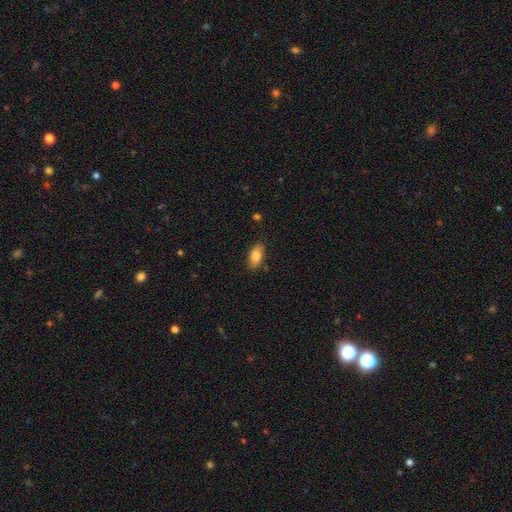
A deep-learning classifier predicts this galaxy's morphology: This is clearly a smooth galaxy (86%). How rounded: clearly in between (92%). Merging: clearly none (84%).